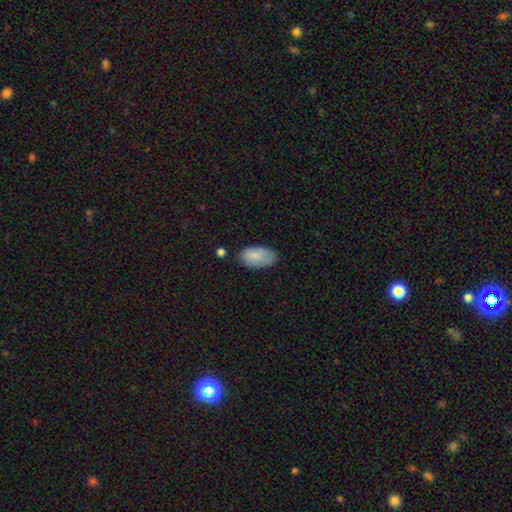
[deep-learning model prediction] smooth_or_featured: smooth (p=0.83) [alt: featured or disk p=0.10]
how_rounded: in between (p=0.95) [alt: round p=0.03]
merging: none (p=0.65) [alt: minor disturbance p=0.26]